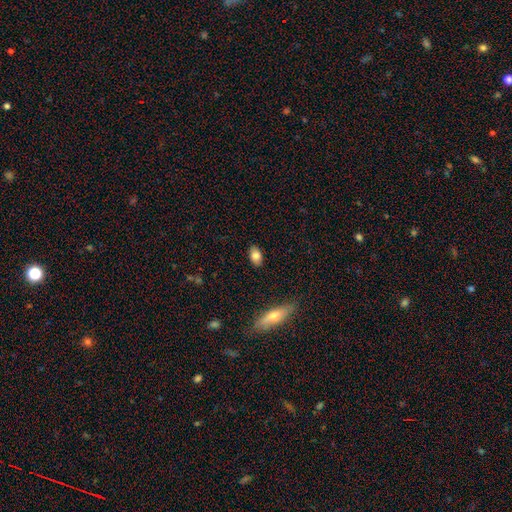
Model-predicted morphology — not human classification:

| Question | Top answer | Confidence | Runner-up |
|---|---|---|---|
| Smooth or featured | smooth | 81% | featured or disk (12%) |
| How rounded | in between | 90% | round (7%) |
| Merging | none | 88% | minor disturbance (9%) |